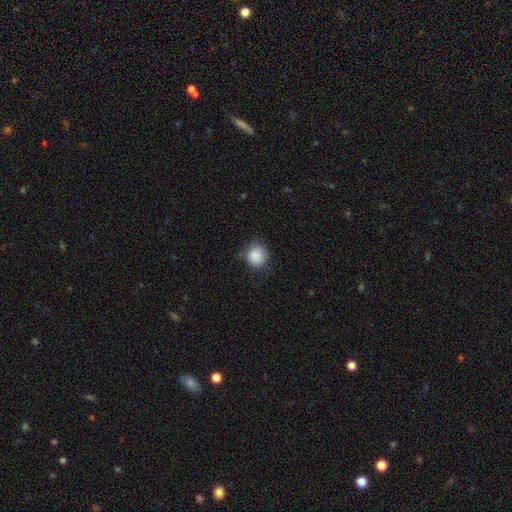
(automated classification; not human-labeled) Q: Smooth or featured?
A: smooth (88%); runner-up: star or artifact (8%)
Q: How rounded?
A: round (83%); runner-up: in between (16%)
Q: Merging?
A: none (78%); runner-up: minor disturbance (17%)